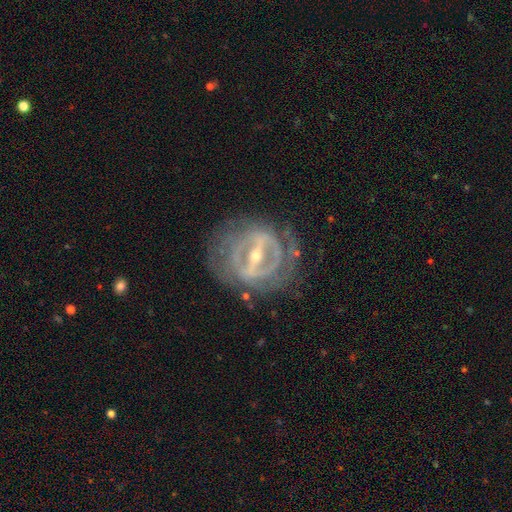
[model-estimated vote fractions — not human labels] featured or disk 88%, smooth 6%, star or artifact 5%. Down the decision tree: edge-on disk — no (89%); bar — strong (81%); spiral arms — yes (65%); spiral arm count — can't tell (40%); spiral winding — tight (66%); bulge size — small (52%); merging — none (74%).